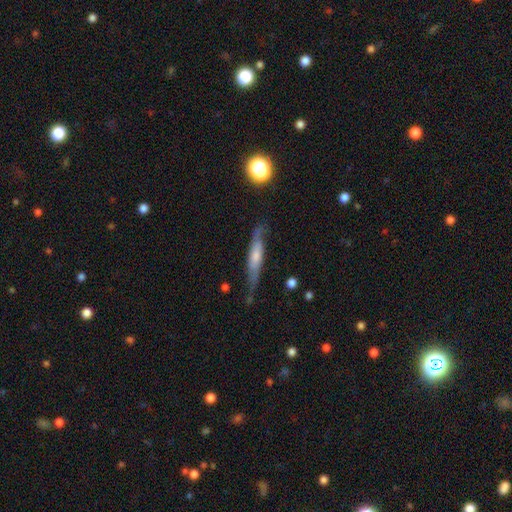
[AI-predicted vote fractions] Smooth or featured? featured or disk (55%)
Edge-on disk? yes (76%)
Merging? none (69%)